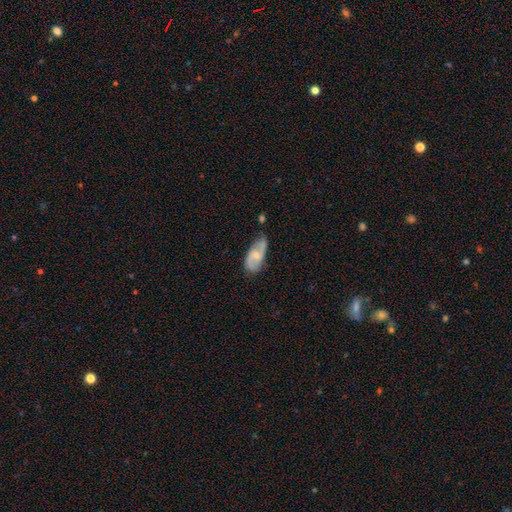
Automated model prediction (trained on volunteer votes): A featured or disk galaxy (59%) with a weak bar (50%), spiral arms (88%) and a small central bulge (51%).

Vote fractions:
- Smooth or featured? featured or disk: 59% / smooth: 34% / star or artifact: 6%
- Edge-on disk? no: 94% / yes: 6%
- Bar? weak: 50% / no: 37% / strong: 12%
- Spiral arms? yes: 88% / no: 12%
- Bulge size? small: 51% / moderate: 34% / none: 11% / large: 2% / dominant: 1%
- Merging? none: 60% / minor disturbance: 29% / major disturbance: 8% / merger: 3%